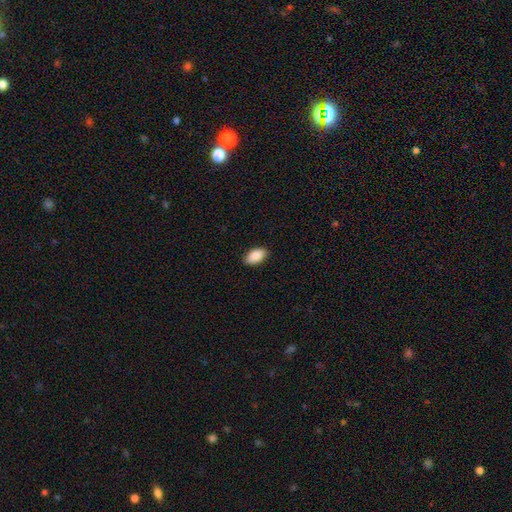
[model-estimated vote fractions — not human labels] This appears to be a smooth galaxy with no disk features (89%) that is in between round and cigar-shaped (94%). Merging: none (87%).